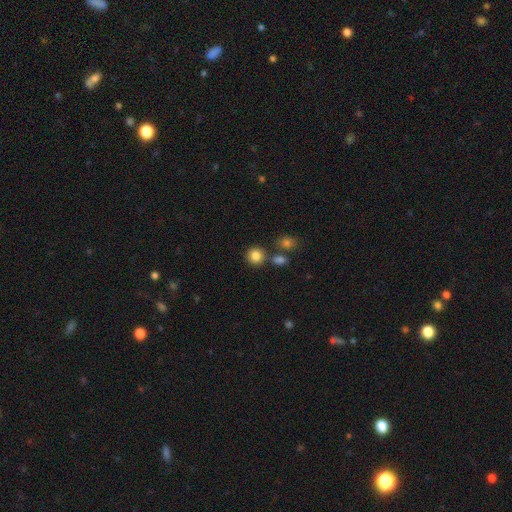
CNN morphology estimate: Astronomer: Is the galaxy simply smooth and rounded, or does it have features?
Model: smooth — 83%.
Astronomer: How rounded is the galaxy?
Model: round — 89%.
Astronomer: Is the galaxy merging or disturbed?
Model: none — 76%.